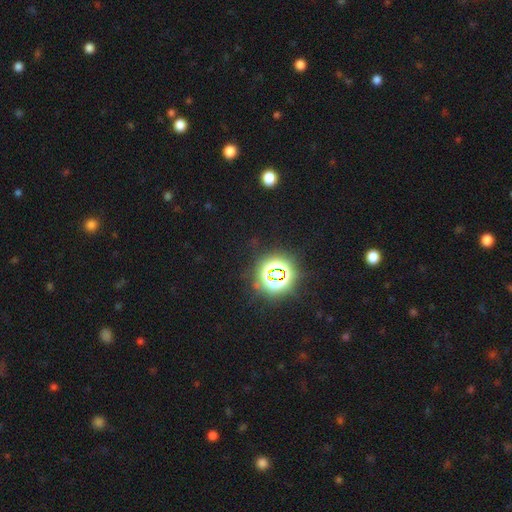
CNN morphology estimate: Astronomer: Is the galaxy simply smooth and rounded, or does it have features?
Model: star or artifact — 79%.